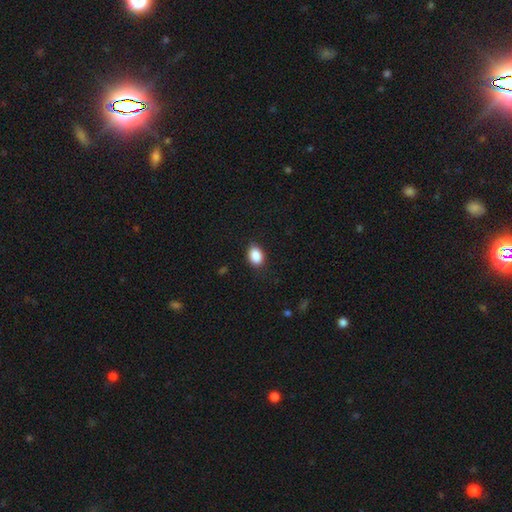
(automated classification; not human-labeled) This is clearly a smooth galaxy (89%). How rounded: likely in between (79%). Merging: clearly none (84%).